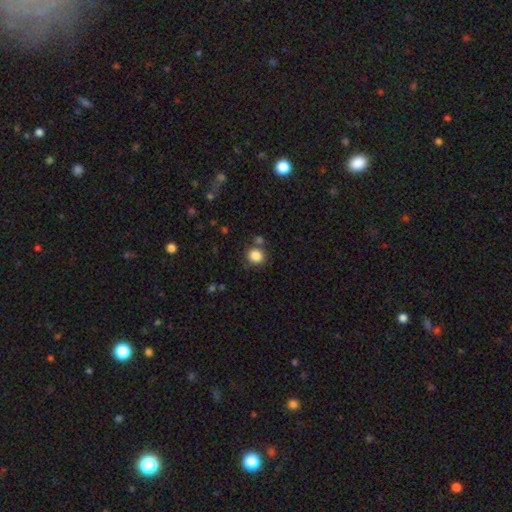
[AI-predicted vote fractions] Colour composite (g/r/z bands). It shows a smooth galaxy with no disk features (85%) that is round (83%). Merging: none (76%).